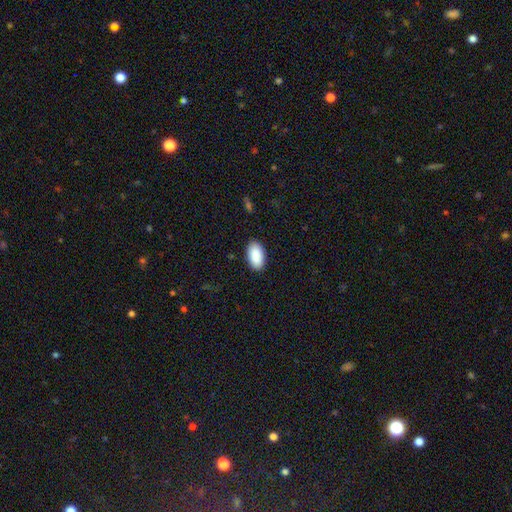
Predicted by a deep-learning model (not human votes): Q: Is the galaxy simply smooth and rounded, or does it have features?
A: smooth — 91%.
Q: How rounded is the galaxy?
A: in between — 96%.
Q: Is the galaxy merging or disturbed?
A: none — 89%.